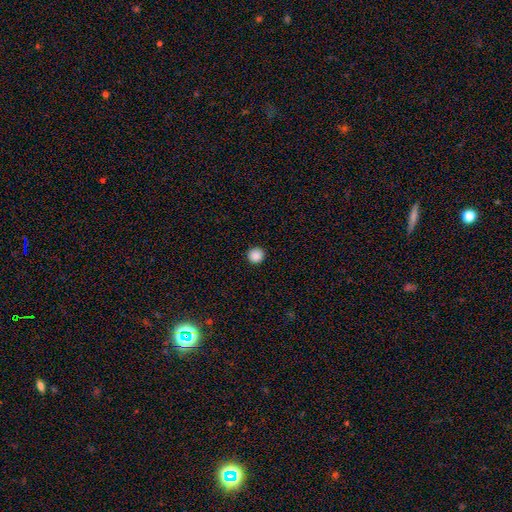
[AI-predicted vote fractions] A smooth galaxy with no disk features (88%) that is round (94%).

Vote fractions:
- Smooth or featured? smooth: 88% / star or artifact: 10% / featured or disk: 2%
- How rounded? round: 94% / in between: 5% / cigar-shaped: 1%
- Merging? none: 92% / minor disturbance: 5% / major disturbance: 2% / merger: 1%